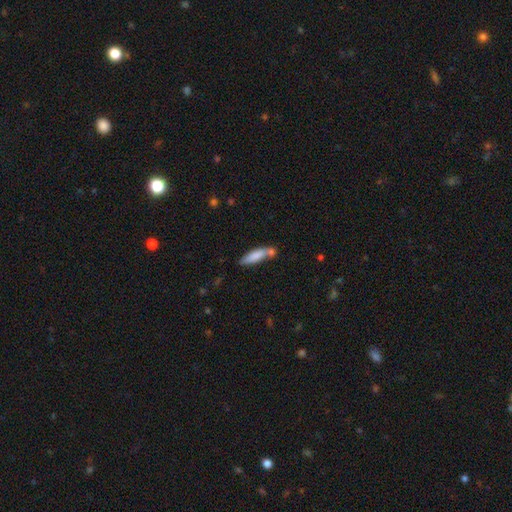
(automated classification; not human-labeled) Smooth or featured: smooth — 78% (featured or disk — 16%)
How rounded: cigar-shaped — 72% (in between — 27%)
Merging: none — 54% (merger — 25%)